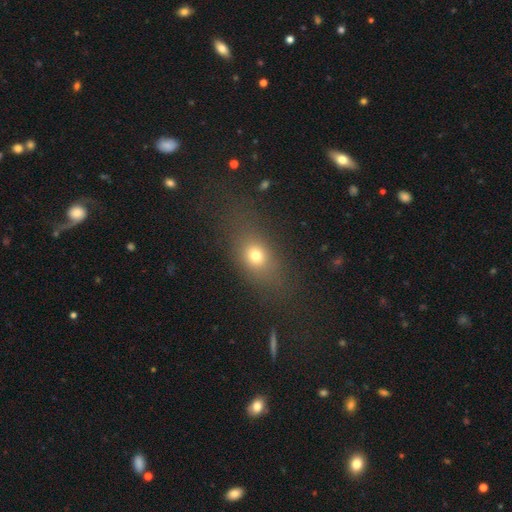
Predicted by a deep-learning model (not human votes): Smooth or featured? Predicted: smooth (p=0.71). How rounded? Predicted: in between (p=0.61). Merging? Predicted: none (p=0.70).